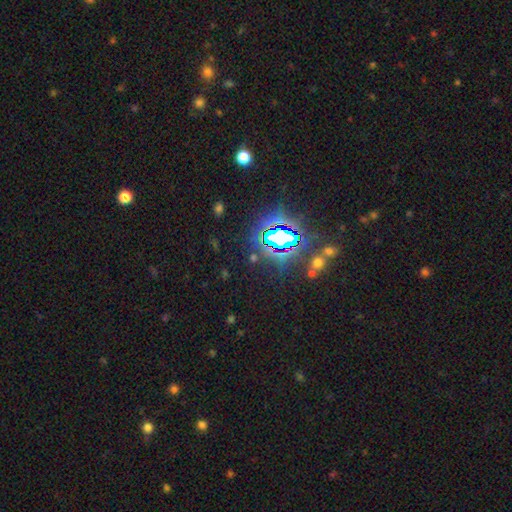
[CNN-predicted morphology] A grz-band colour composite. It shows a star or artifact, not a galaxy (80%).